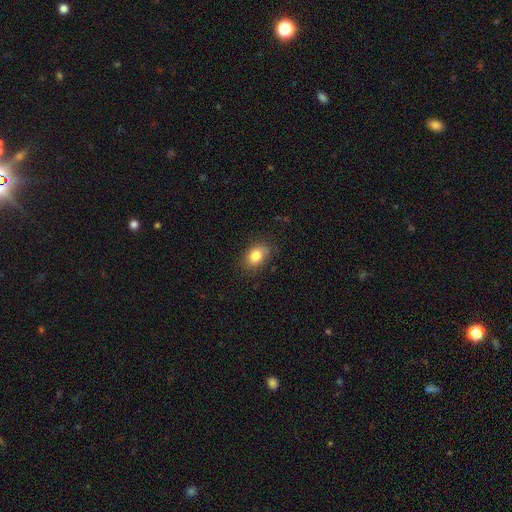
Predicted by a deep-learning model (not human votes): A smooth galaxy with no disk features (82%) that is in between round and cigar-shaped (78%). Merging: none (79%).